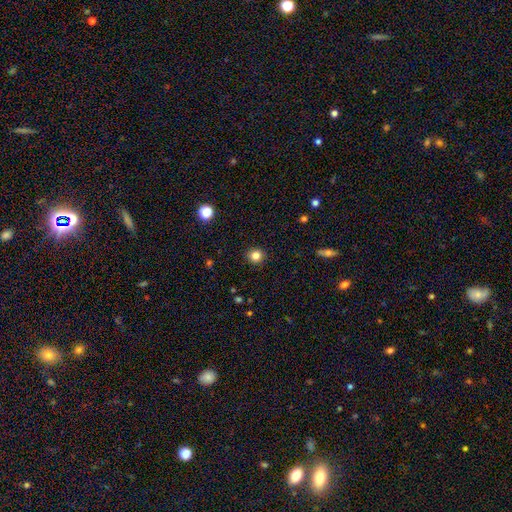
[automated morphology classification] Overall: smooth (83%). How rounded: round (91%). Merging: none (92%).